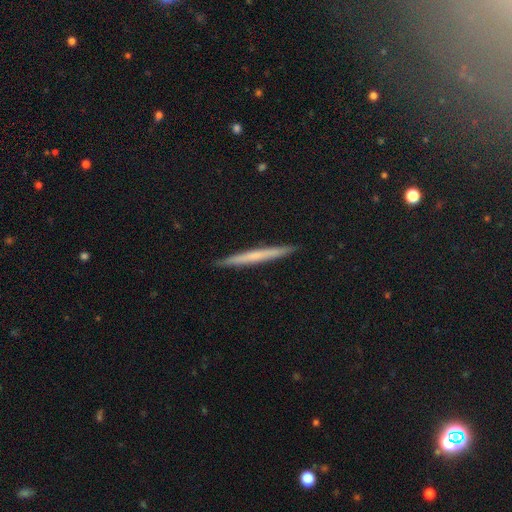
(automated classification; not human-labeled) This appears to be a smooth galaxy with no disk features (50%). Merging: none (92%).